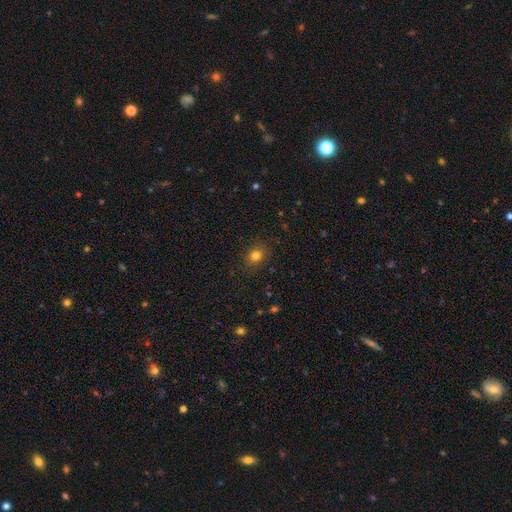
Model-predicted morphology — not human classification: Smooth or featured: smooth — 79% (star or artifact — 14%)
How rounded: round — 63% (in between — 36%)
Merging: none — 87% (minor disturbance — 9%)